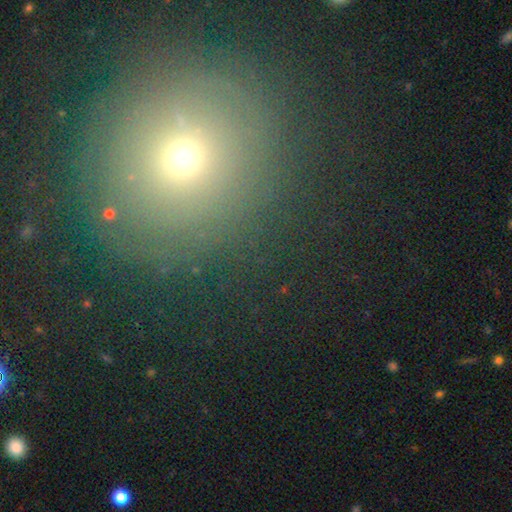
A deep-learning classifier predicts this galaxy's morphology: type=smooth (58%); roundness=round (93%); merging=none (83%).